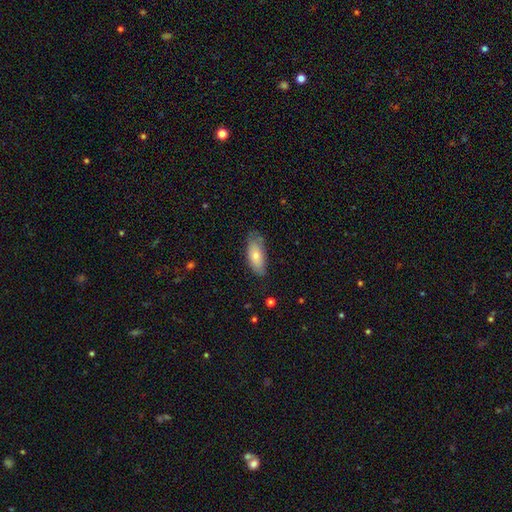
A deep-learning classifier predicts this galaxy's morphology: smooth_or_featured: smooth (p=0.72) [alt: featured or disk p=0.21]
how_rounded: in between (p=0.83) [alt: cigar-shaped p=0.14]
merging: none (p=0.69) [alt: minor disturbance p=0.24]